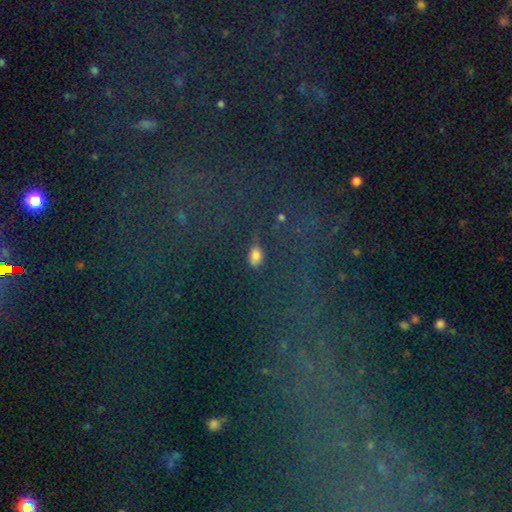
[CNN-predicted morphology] Smooth or featured?
  - smooth: 66% *
  - star or artifact: 25%
  - featured or disk: 9%
How rounded?
  - in between: 77% *
  - round: 17%
  - cigar-shaped: 6%
Merging?
  - none: 64% *
  - minor disturbance: 20%
  - major disturbance: 11%
  - merger: 6%